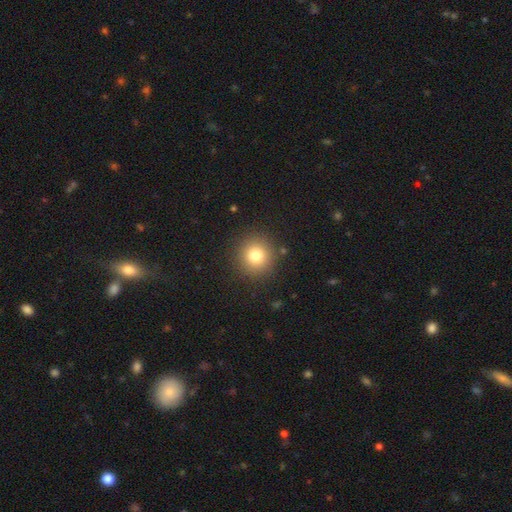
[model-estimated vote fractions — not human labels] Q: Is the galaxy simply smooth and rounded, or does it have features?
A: smooth — 79%.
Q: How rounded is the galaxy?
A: round — 94%.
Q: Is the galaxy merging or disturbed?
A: none — 89%.